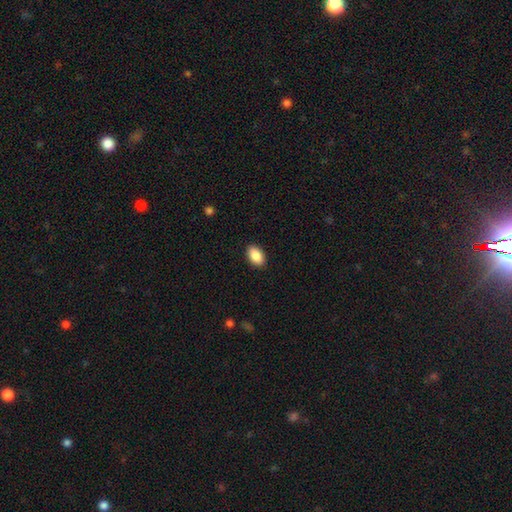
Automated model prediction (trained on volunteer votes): This appears to be a smooth galaxy with no disk features (88%) that is in between round and cigar-shaped (92%). Merging: none (90%).